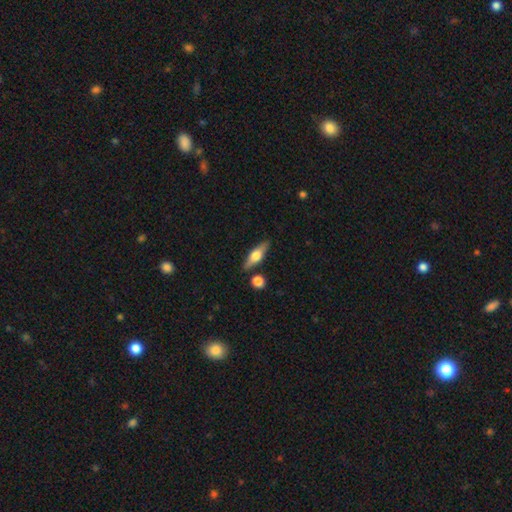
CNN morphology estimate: smooth_or_featured: featured or disk (p=0.50) [alt: smooth p=0.43]
disk_edge_on: yes (p=0.92) [alt: no p=0.08]
merging: none (p=0.82) [alt: minor disturbance p=0.10]